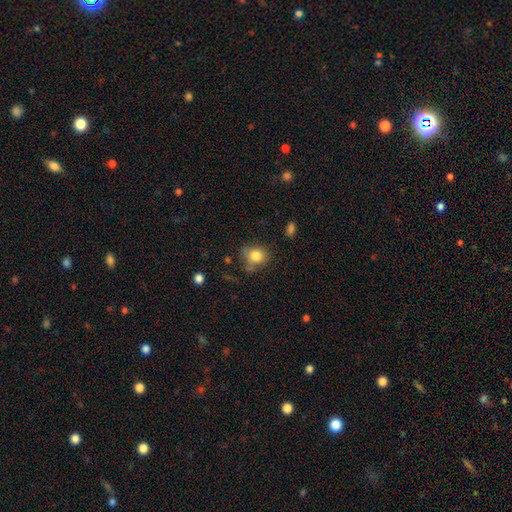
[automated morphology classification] A smooth galaxy with no disk features (80%) that is round (61%). Merging: none (60%).